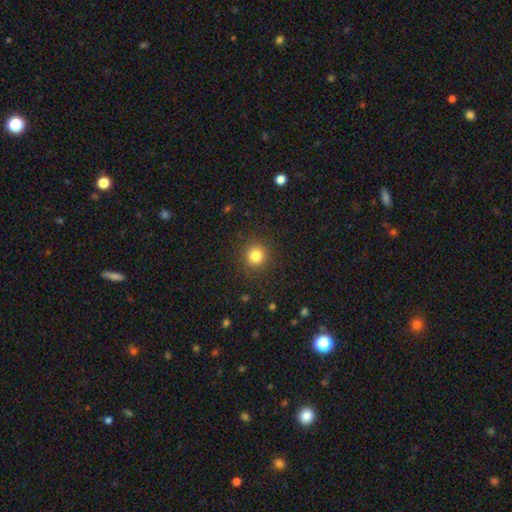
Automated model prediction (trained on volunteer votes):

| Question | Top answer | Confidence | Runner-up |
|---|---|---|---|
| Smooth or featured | smooth | 82% | star or artifact (12%) |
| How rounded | round | 93% | in between (6%) |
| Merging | none | 90% | minor disturbance (6%) |